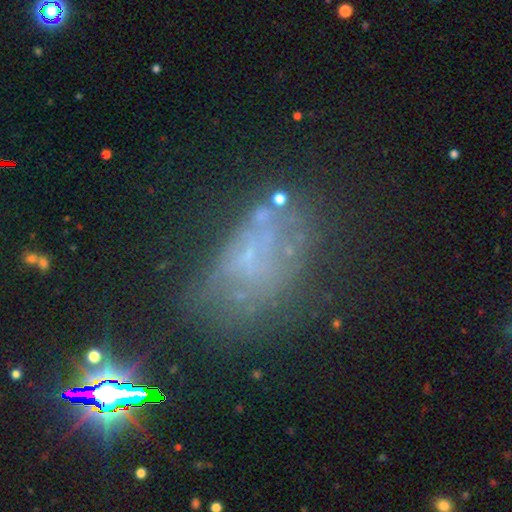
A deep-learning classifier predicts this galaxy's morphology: The model was most divided on "smooth or featured": featured or disk: 37%, star or artifact: 34%, smooth: 29%. Remaining: merging — none (48%).